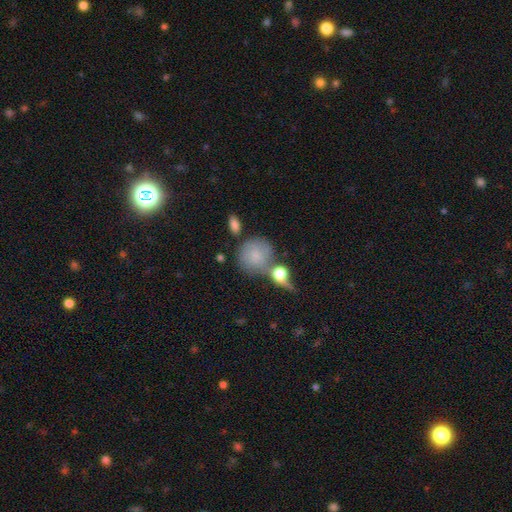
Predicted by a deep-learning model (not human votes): smooth_or_featured: smooth (p=0.67) [alt: featured or disk p=0.22]
how_rounded: round (p=0.83) [alt: in between p=0.16]
merging: none (p=0.52) [alt: merger p=0.22]